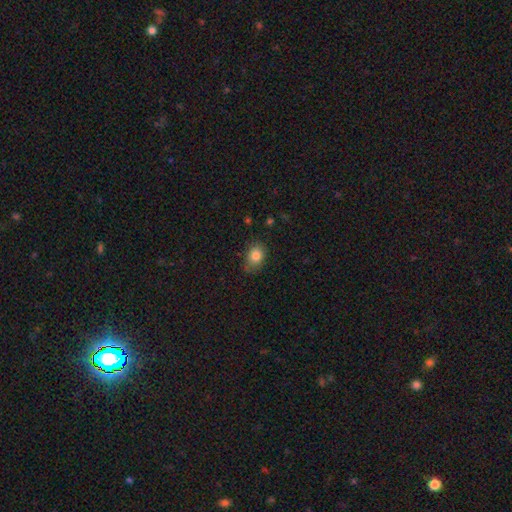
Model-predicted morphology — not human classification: A smooth galaxy with no disk features (83%) that is in between round and cigar-shaped (67%).

Vote fractions:
- Smooth or featured? smooth: 83% / star or artifact: 9% / featured or disk: 7%
- How rounded? in between: 67% / round: 32% / cigar-shaped: 1%
- Merging? none: 76% / minor disturbance: 19% / major disturbance: 3% / merger: 1%